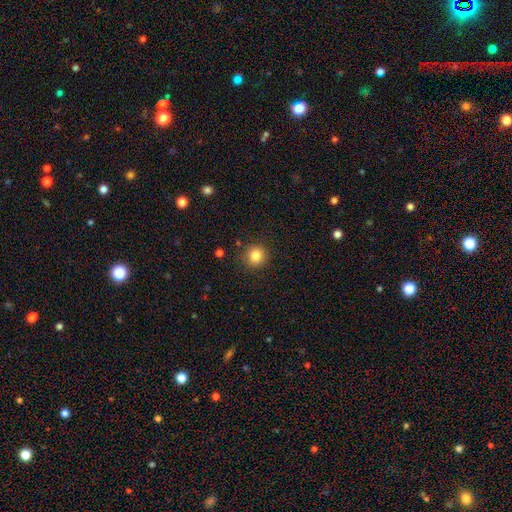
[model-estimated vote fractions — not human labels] smooth 83%, star or artifact 11%, featured or disk 6%. Down the decision tree: how rounded — round (91%); merging — none (87%).